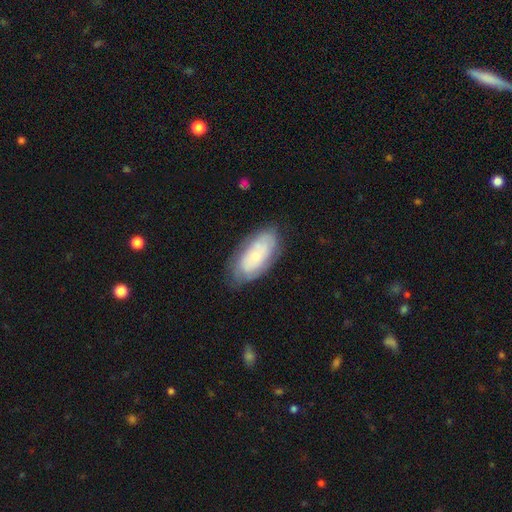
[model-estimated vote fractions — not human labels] The model was most divided on "smooth or featured": featured or disk: 51%, smooth: 42%, star or artifact: 7%. More confident: edge-on disk — no (92%); merging — none (73%).